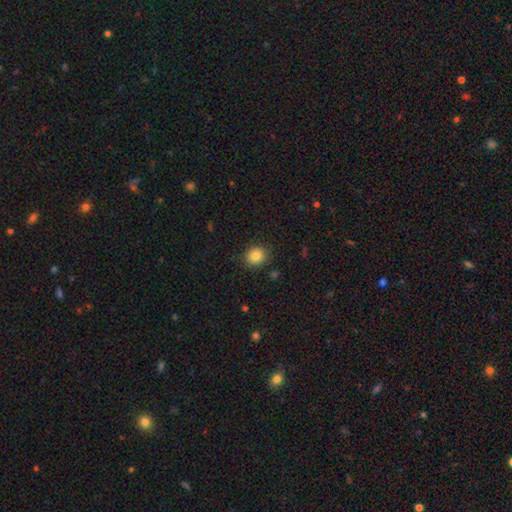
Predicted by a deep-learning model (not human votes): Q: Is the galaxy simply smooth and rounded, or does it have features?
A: smooth — 84%.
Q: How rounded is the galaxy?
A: round — 76%.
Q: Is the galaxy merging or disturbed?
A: none — 86%.